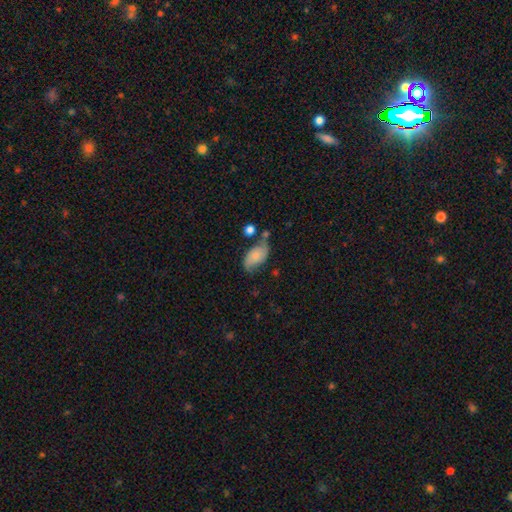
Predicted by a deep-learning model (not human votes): Q: Smooth or featured?
A: smooth (59%); runner-up: featured or disk (32%)
Q: How rounded?
A: in between (92%); runner-up: round (6%)
Q: Merging?
A: none (47%); runner-up: minor disturbance (29%)